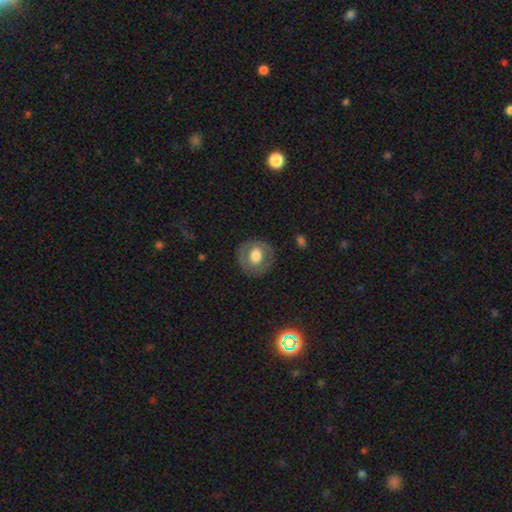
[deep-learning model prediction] Smooth or featured?
  - smooth: 57% *
  - featured or disk: 35%
  - star or artifact: 7%
How rounded?
  - round: 82% *
  - in between: 17%
  - cigar-shaped: 1%
Merging?
  - none: 83% *
  - minor disturbance: 11%
  - major disturbance: 5%
  - merger: 1%